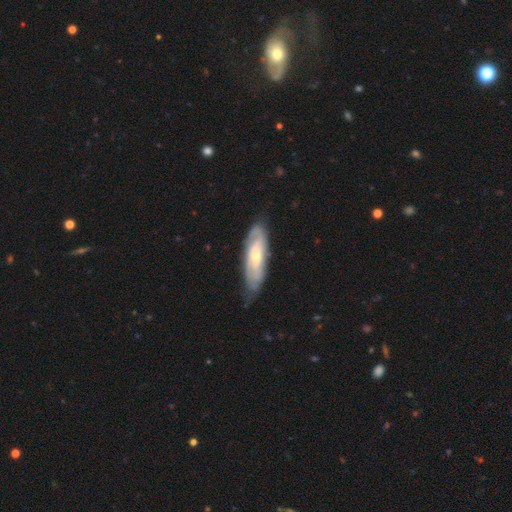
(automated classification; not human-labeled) smooth_or_featured: featured or disk (p=0.68) [alt: smooth p=0.26]
disk_edge_on: no (p=0.78) [alt: yes p=0.22]
bar: no (p=0.64) [alt: weak p=0.28]
has_spiral_arms: yes (p=0.82) [alt: no p=0.18]
bulge_size: moderate (p=0.48) [alt: small p=0.47]
merging: none (p=0.68) [alt: minor disturbance p=0.24]